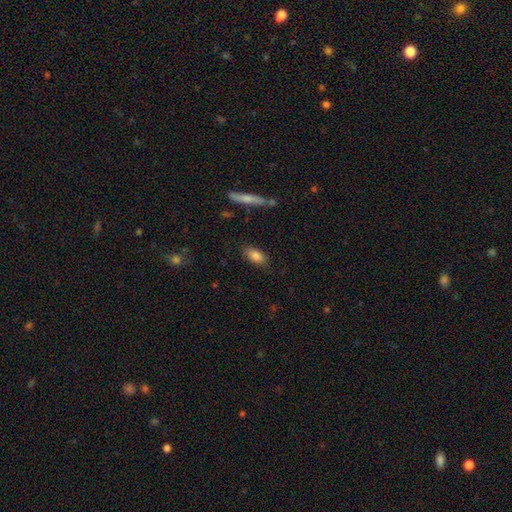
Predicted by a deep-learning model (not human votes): smooth_or_featured: smooth (p=0.84) [alt: featured or disk p=0.09]
how_rounded: in between (p=0.86) [alt: cigar-shaped p=0.09]
merging: none (p=0.80) [alt: minor disturbance p=0.14]